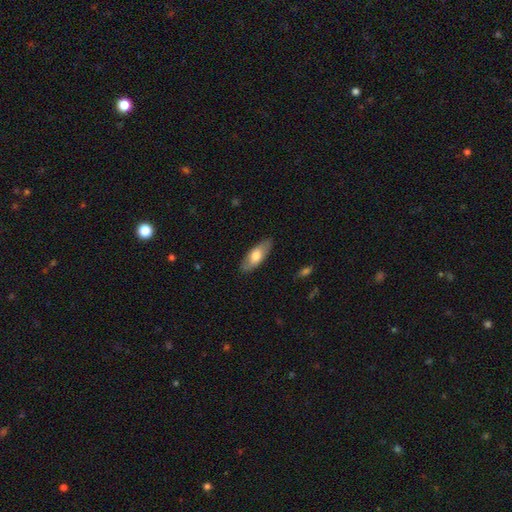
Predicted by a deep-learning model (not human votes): A smooth galaxy with no disk features (66%) that is in between round and cigar-shaped (77%). Merging: none (85%).